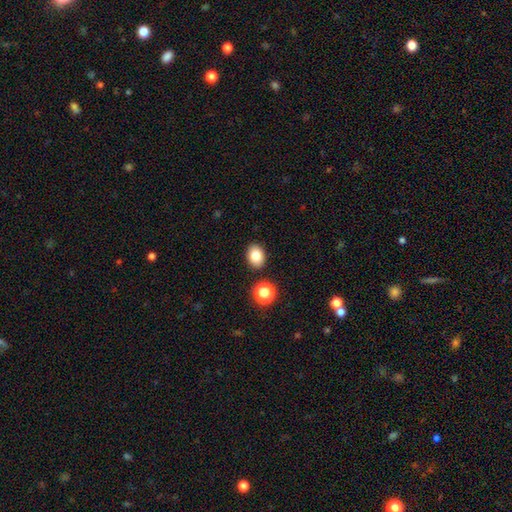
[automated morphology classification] Smooth or featured? smooth (83%)
How rounded? in between (62%)
Merging? none (87%)